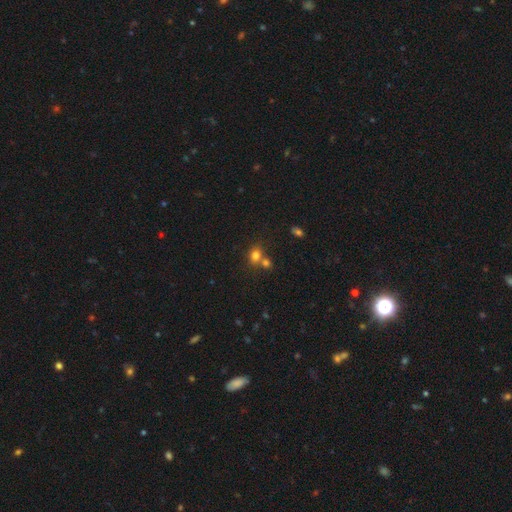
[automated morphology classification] Smooth or featured: smooth — 77% (star or artifact — 14%)
How rounded: in between — 52% (round — 47%)
Merging: none — 47% (merger — 40%)